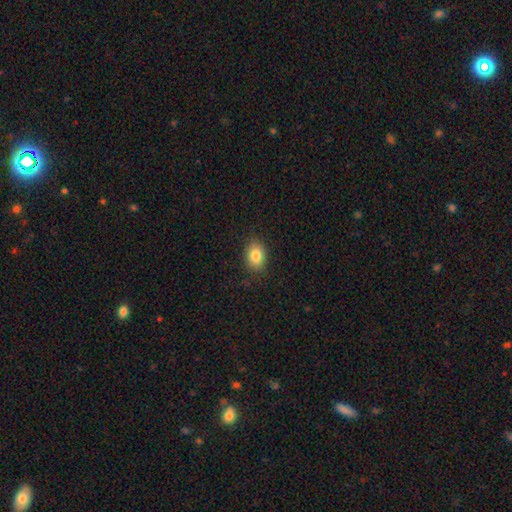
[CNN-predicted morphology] Smooth or featured: smooth — 83% (star or artifact — 10%)
How rounded: in between — 67% (round — 31%)
Merging: none — 86% (minor disturbance — 11%)